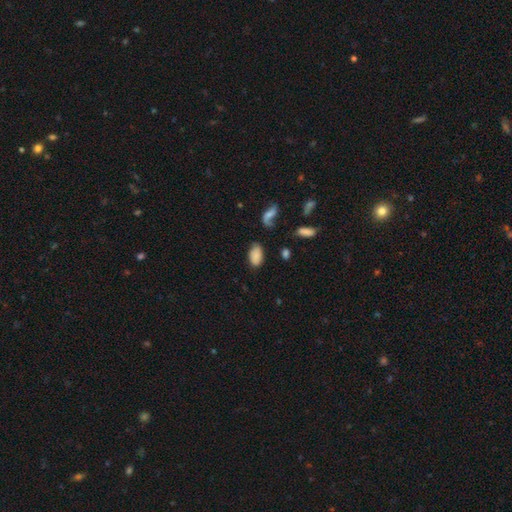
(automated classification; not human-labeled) A smooth galaxy with no disk features (81%) that is in between round and cigar-shaped (94%).

Vote fractions:
- Smooth or featured? smooth: 81% / featured or disk: 10% / star or artifact: 9%
- How rounded? in between: 94% / round: 4% / cigar-shaped: 2%
- Merging? none: 65% / minor disturbance: 22% / major disturbance: 8% / merger: 5%